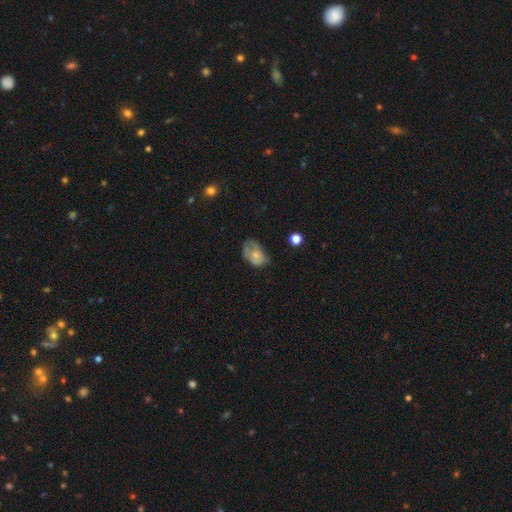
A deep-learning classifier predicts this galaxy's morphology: This appears to be a smooth galaxy with no disk features (56%) that is in between round and cigar-shaped (79%). Merging: none (35%, tied with minor disturbance).